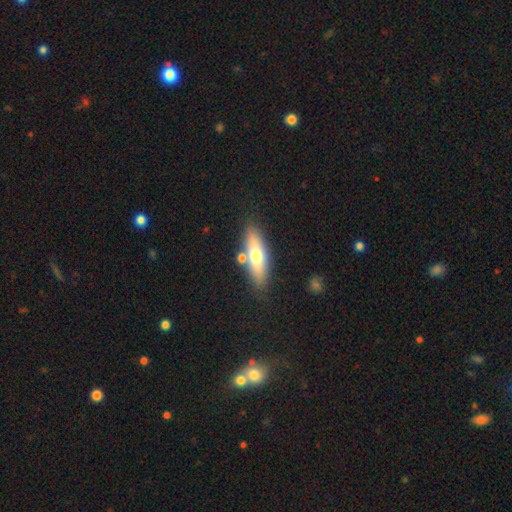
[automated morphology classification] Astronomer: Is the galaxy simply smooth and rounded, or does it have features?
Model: smooth — 59%.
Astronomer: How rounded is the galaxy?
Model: in between — 52% (runner-up: cigar-shaped, 44%).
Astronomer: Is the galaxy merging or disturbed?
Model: none — 74%.